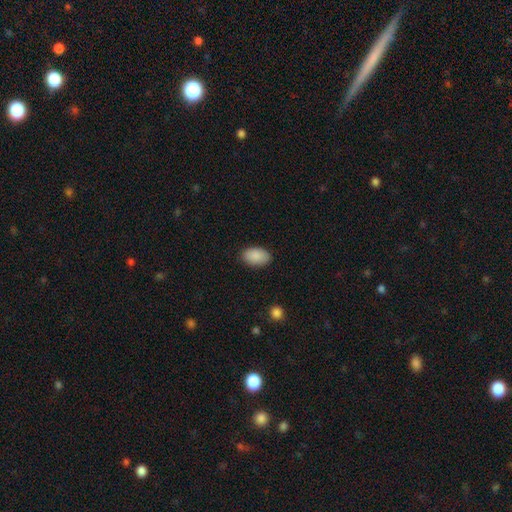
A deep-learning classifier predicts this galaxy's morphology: Smooth or featured?
  - smooth: 89% *
  - star or artifact: 7%
  - featured or disk: 4%
How rounded?
  - in between: 93% *
  - round: 6%
  - cigar-shaped: 1%
Merging?
  - none: 88% *
  - minor disturbance: 9%
  - major disturbance: 2%
  - merger: 1%